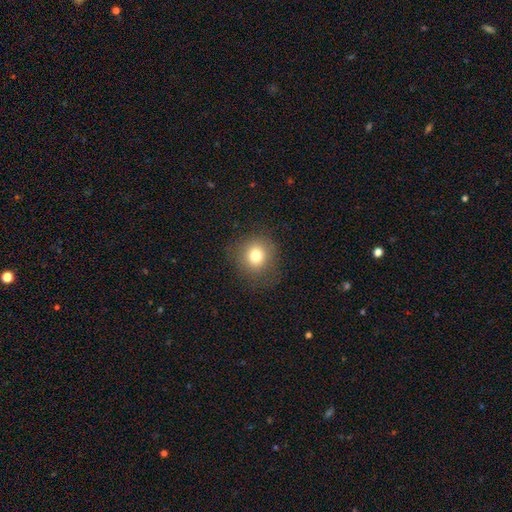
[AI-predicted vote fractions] smooth 77%, star or artifact 13%, featured or disk 11%. Down the decision tree: how rounded — round (86%); merging — none (82%).